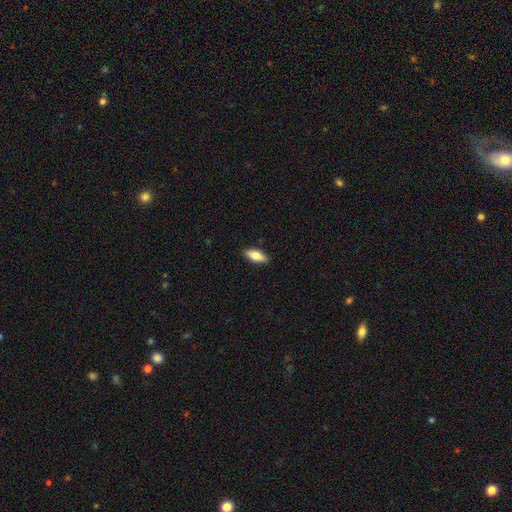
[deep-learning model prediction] This appears to be a smooth galaxy with no disk features (70%) that is in between round and cigar-shaped (70%). Merging: none (88%).